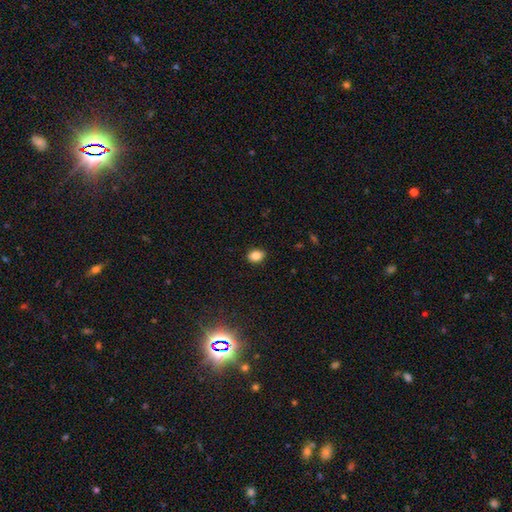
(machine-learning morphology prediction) smooth_or_featured: smooth (p=0.86) [alt: star or artifact p=0.10]
how_rounded: in between (p=0.65) [alt: round p=0.34]
merging: none (p=0.88) [alt: minor disturbance p=0.09]